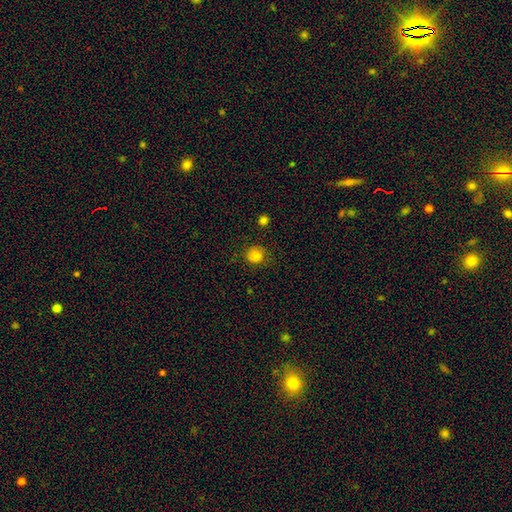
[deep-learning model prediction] smooth_or_featured: smooth (p=0.84) [alt: star or artifact p=0.11]
how_rounded: round (p=0.85) [alt: in between p=0.14]
merging: none (p=0.77) [alt: minor disturbance p=0.16]